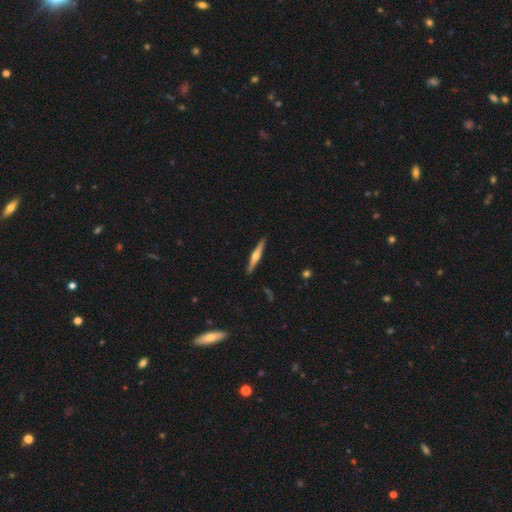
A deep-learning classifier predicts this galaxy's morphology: Q: Smooth or featured?
A: featured or disk (71%); runner-up: smooth (24%)
Q: Edge-on disk?
A: yes (98%); runner-up: no (2%)
Q: Edge-on bulge?
A: rounded (91%); runner-up: boxy (5%)
Q: Merging?
A: none (92%); runner-up: minor disturbance (6%)